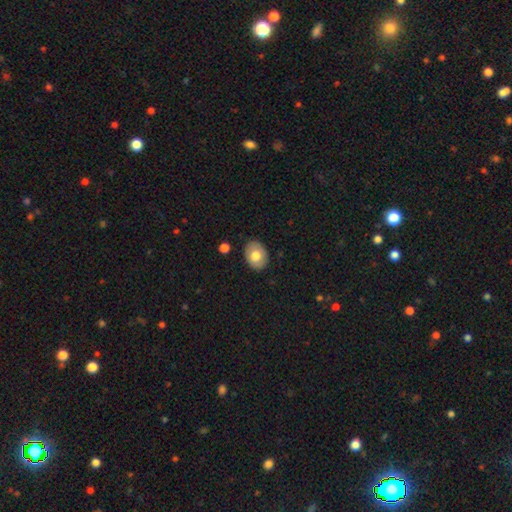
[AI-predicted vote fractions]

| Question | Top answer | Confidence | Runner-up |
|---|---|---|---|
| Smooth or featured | smooth | 73% | featured or disk (21%) |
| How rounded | in between | 70% | round (29%) |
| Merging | none | 87% | minor disturbance (9%) |